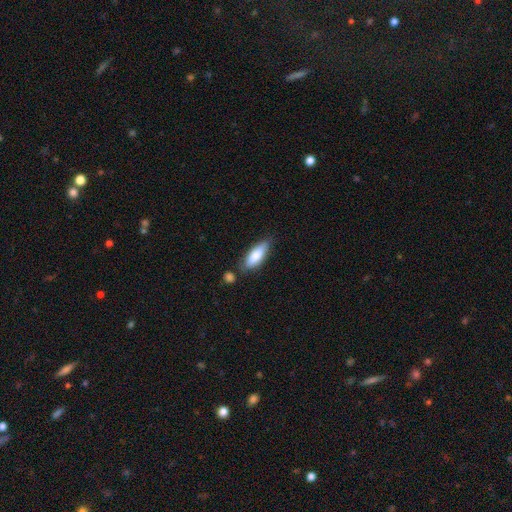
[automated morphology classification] smooth_or_featured: smooth (p=0.80) [alt: featured or disk p=0.14]
how_rounded: in between (p=0.64) [alt: cigar-shaped p=0.34]
merging: none (p=0.68) [alt: minor disturbance p=0.19]